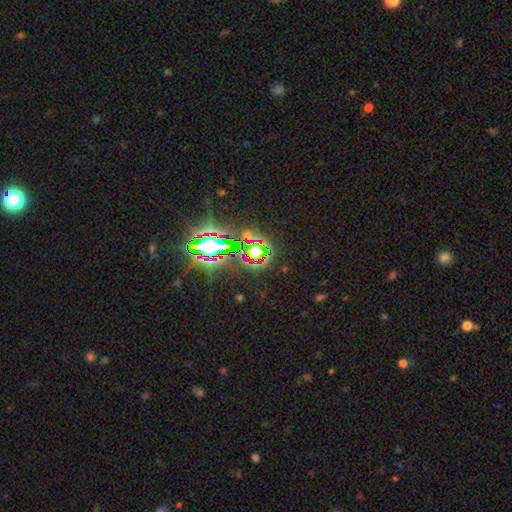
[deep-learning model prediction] Overall: star or artifact (81%).